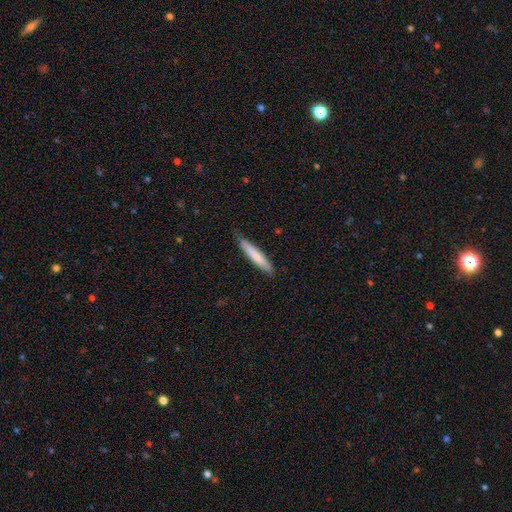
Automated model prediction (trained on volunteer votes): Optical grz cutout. It shows a smooth galaxy with no disk features (73%) that is cigar-shaped (91%). Merging: none (82%).